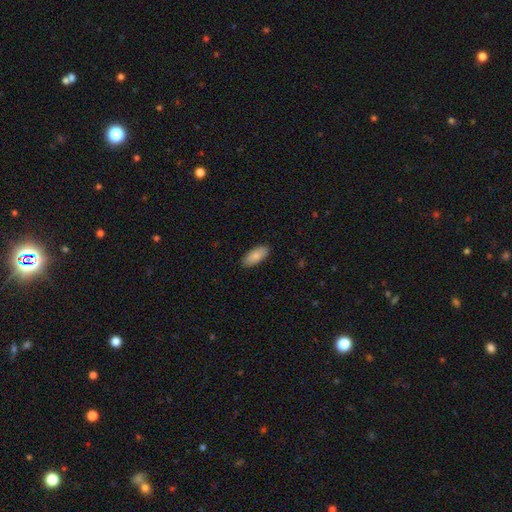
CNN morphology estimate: Smooth or featured? Predicted: smooth (p=0.86). How rounded? Predicted: in between (p=0.88). Merging? Predicted: none (p=0.89).